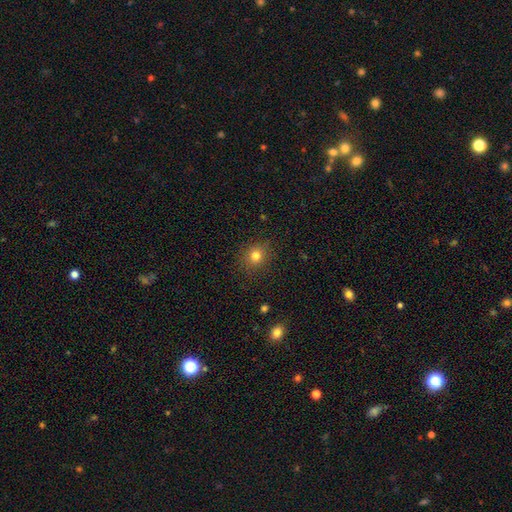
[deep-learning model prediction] Smooth or featured?
  - smooth: 79% *
  - star or artifact: 14%
  - featured or disk: 7%
How rounded?
  - round: 82% *
  - in between: 17%
  - cigar-shaped: 1%
Merging?
  - none: 88% *
  - minor disturbance: 8%
  - major disturbance: 3%
  - merger: 1%